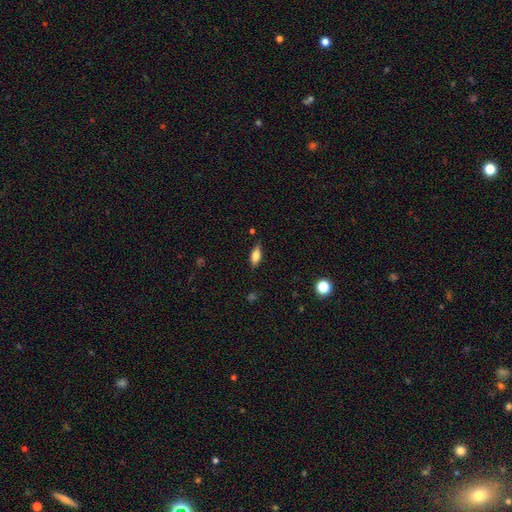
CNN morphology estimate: smooth_or_featured: smooth (p=0.73) [alt: featured or disk p=0.19]
how_rounded: in between (p=0.76) [alt: cigar-shaped p=0.21]
merging: none (p=0.80) [alt: minor disturbance p=0.15]